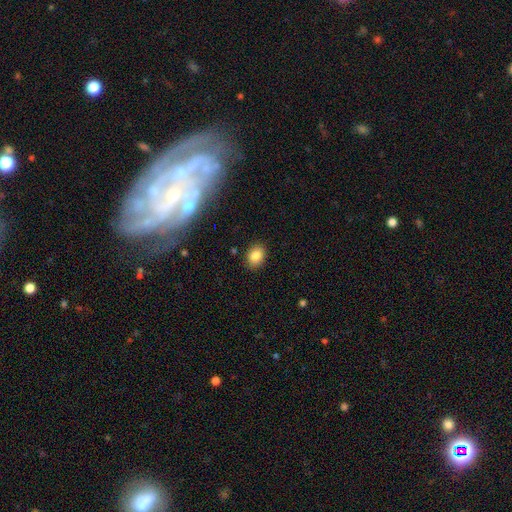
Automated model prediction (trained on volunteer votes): Overall: smooth (84%). How rounded: in between (64%; round 35%). Merging: none (88%).